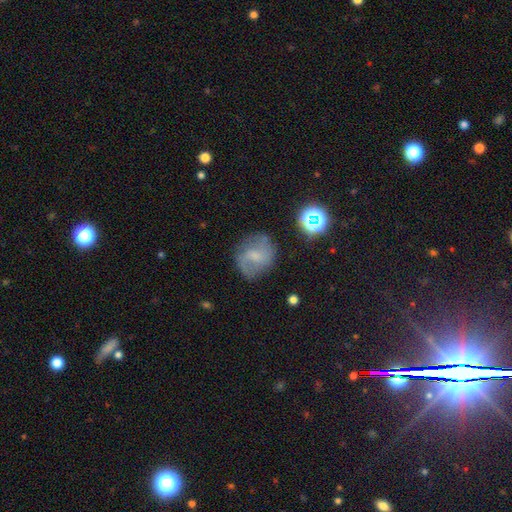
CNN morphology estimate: featured or disk 57%, smooth 30%, star or artifact 13%. Down the decision tree: edge-on disk — no (97%); bar — weak (51%); spiral arms — yes (86%); bulge size — small (45%); merging — none (69%).